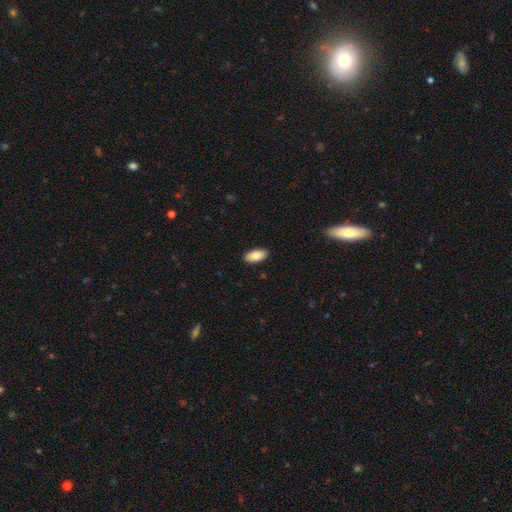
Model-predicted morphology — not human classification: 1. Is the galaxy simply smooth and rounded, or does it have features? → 87% smooth, 7% featured or disk, 6% star or artifact.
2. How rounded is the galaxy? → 93% in between, 6% cigar-shaped, 2% round.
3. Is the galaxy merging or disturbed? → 90% none, 7% minor disturbance, 2% major disturbance, 1% merger.